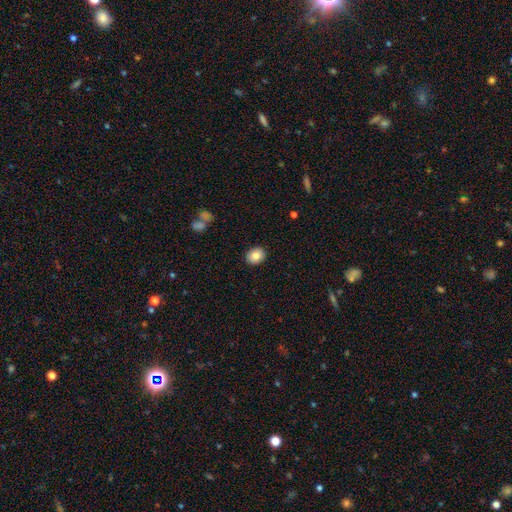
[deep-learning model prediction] smooth_or_featured: smooth (p=0.84) [alt: star or artifact p=0.08]
how_rounded: round (p=0.51) [alt: in between p=0.48]
merging: none (p=0.90) [alt: minor disturbance p=0.07]